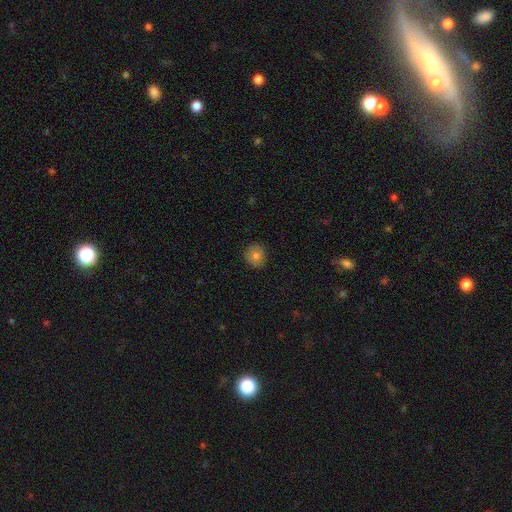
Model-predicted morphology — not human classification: This is likely a smooth galaxy (80%). How rounded: clearly round (90%). Merging: clearly none (88%).